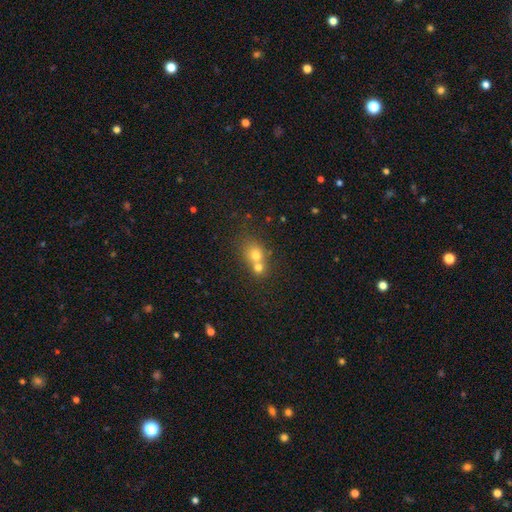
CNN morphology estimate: Smooth or featured? smooth (68%)
How rounded? round (73%)
Merging? merger (56%)